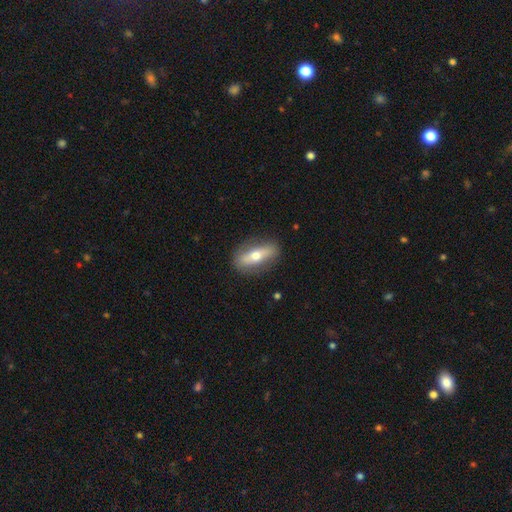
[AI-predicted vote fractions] Smooth or featured: smooth — 47% (featured or disk — 46%)
Merging: none — 84% (minor disturbance — 11%)